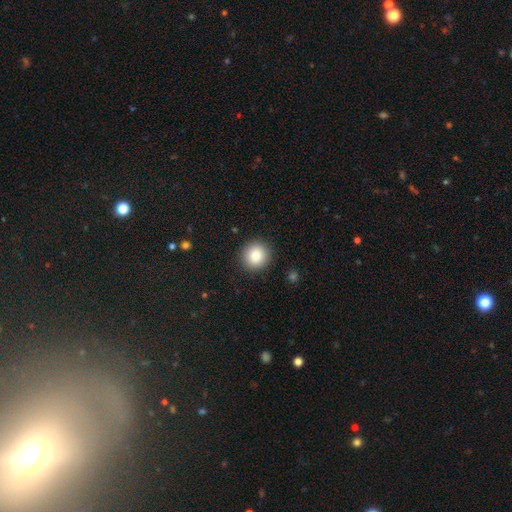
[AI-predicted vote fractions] Smooth or featured? Predicted: smooth (p=0.86). How rounded? Predicted: round (p=0.91). Merging? Predicted: none (p=0.91).